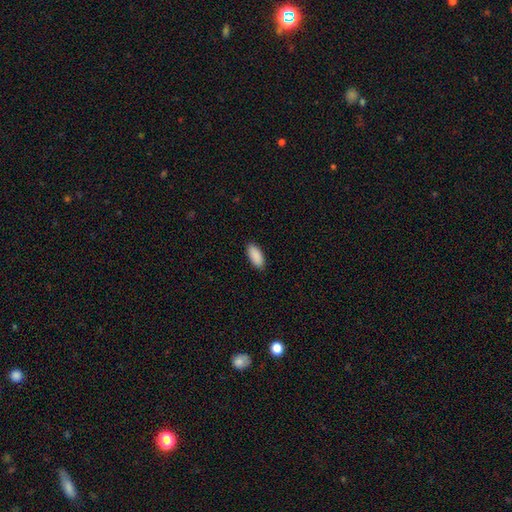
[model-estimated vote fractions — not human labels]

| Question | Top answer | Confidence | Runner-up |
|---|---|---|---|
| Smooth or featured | smooth | 91% | star or artifact (6%) |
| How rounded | in between | 89% | cigar-shaped (9%) |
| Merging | none | 90% | minor disturbance (8%) |